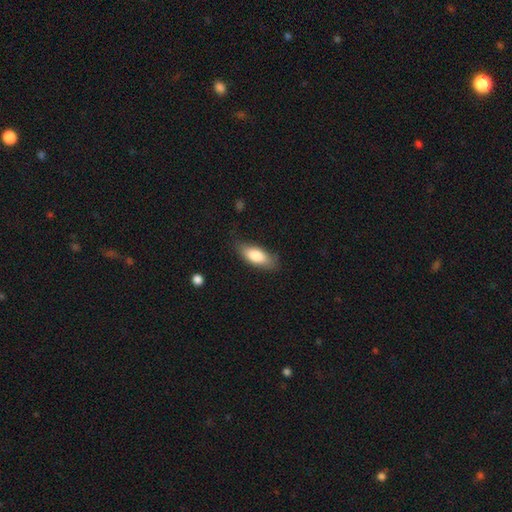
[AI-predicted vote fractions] This appears to be a smooth galaxy with no disk features (81%) that is in between round and cigar-shaped (77%). Merging: none (76%).